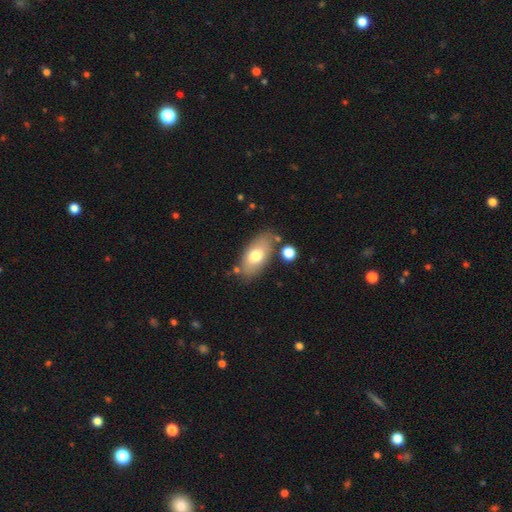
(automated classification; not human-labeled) Morphology: type=smooth (71%); roundness=in between (90%); merging=none (75%).